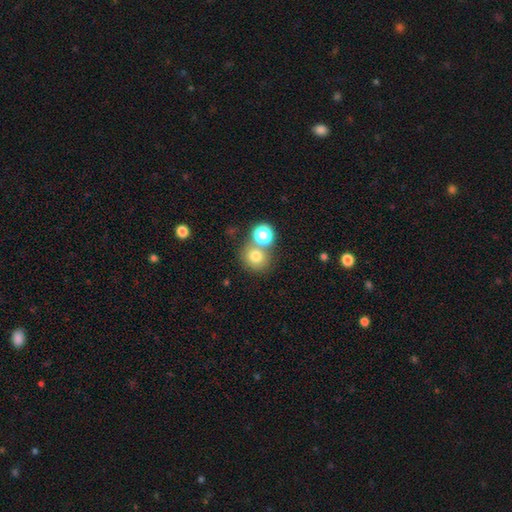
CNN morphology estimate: A smooth galaxy with no disk features (75%) that is round (84%). Merging: none (60%).